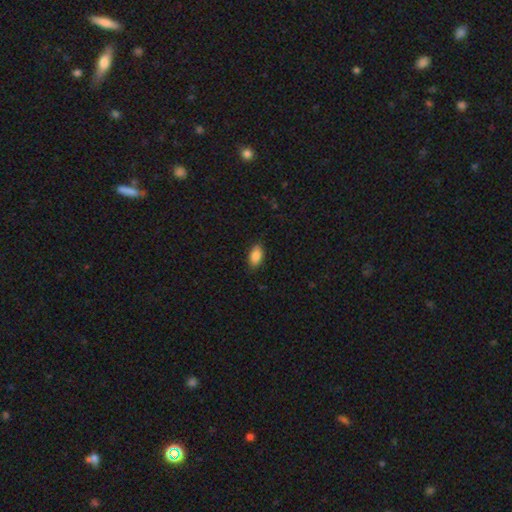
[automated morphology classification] type=smooth (88%); roundness=in between (92%); merging=none (84%).